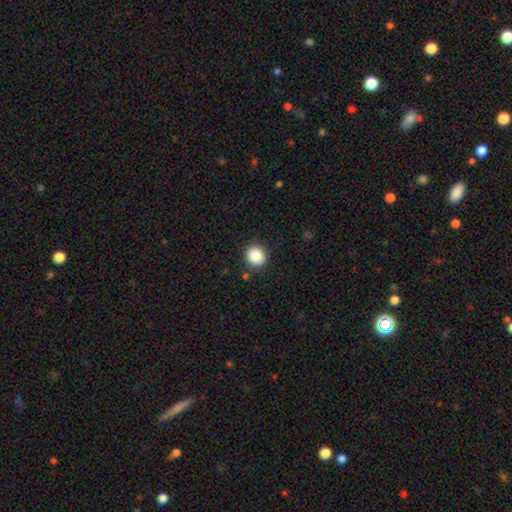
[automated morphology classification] smooth-or-featured: smooth: 87% | star or artifact: 9% | featured or disk: 4%
  how-rounded: round: 82% | in between: 17% | cigar-shaped: 1%
  merging: none: 88% | minor disturbance: 8% | major disturbance: 2% | merger: 2%